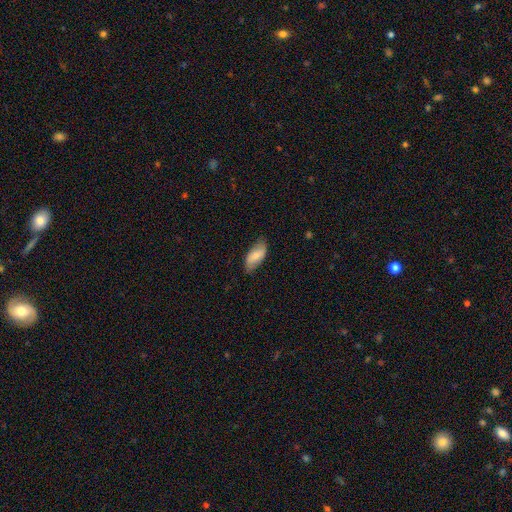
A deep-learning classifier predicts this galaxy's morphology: smooth-or-featured: smooth: 66% | featured or disk: 28% | star or artifact: 6%
  how-rounded: in between: 90% | cigar-shaped: 7% | round: 3%
  merging: none: 74% | minor disturbance: 20% | major disturbance: 4% | merger: 1%